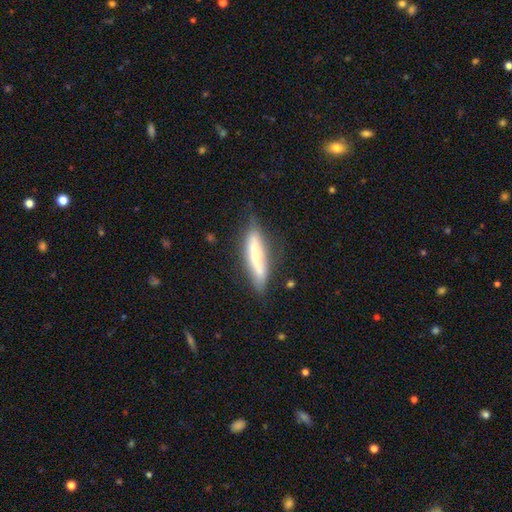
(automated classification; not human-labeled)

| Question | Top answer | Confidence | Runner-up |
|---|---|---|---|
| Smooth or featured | smooth | 49% | featured or disk (44%) |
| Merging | none | 69% | minor disturbance (22%) |